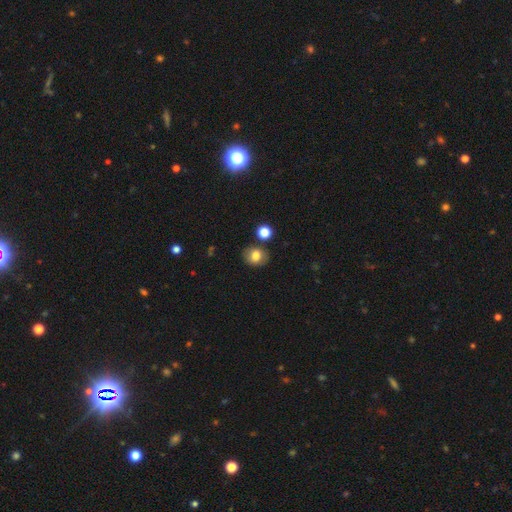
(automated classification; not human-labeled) Smooth or featured? Predicted: smooth (p=0.78). How rounded? Predicted: round (p=0.58). Merging? Predicted: none (p=0.79).